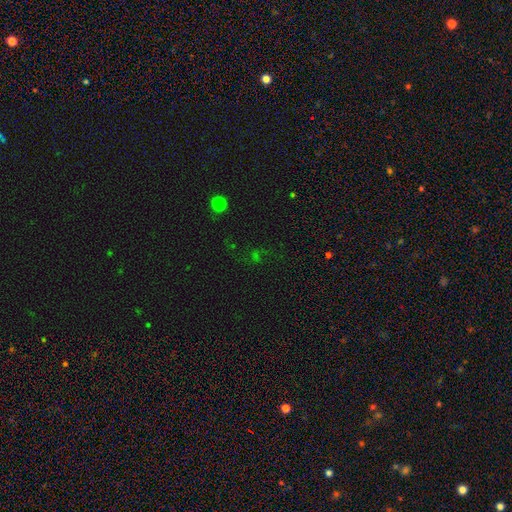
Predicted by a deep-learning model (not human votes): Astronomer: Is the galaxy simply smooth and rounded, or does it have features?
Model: star or artifact — 60%.